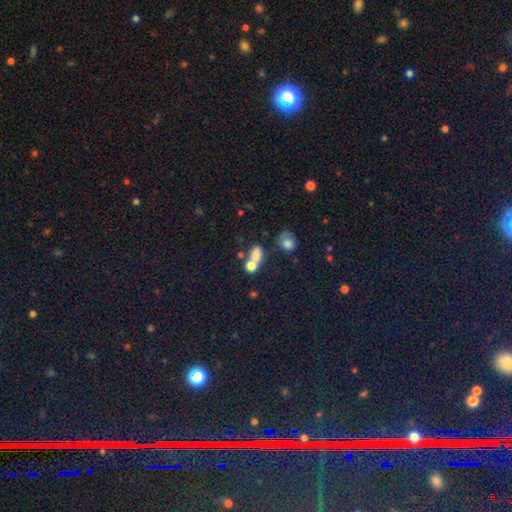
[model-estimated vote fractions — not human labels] This is likely a smooth galaxy (73%). How rounded: likely in between (61%). Merging: possibly merger (51%).